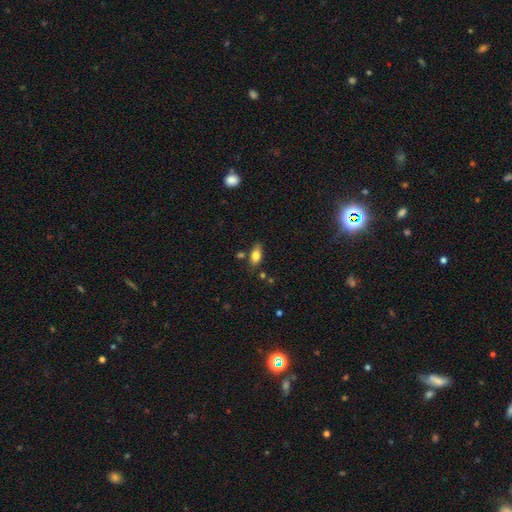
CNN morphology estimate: smooth-or-featured: smooth: 79% | featured or disk: 13% | star or artifact: 8%
  how-rounded: in between: 87% | cigar-shaped: 7% | round: 5%
  merging: none: 73% | minor disturbance: 17% | merger: 7% | major disturbance: 4%